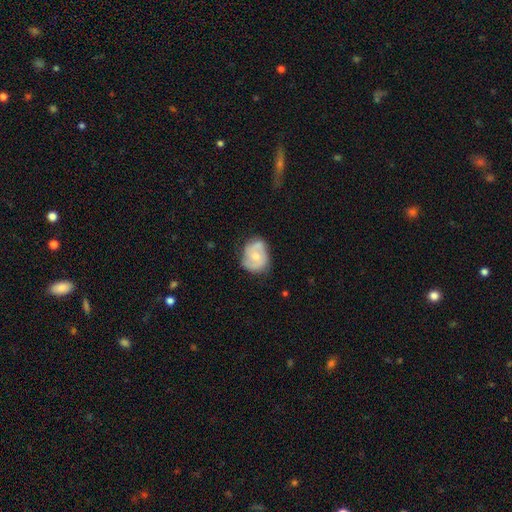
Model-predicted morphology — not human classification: featured or disk 56%, smooth 38%, star or artifact 6%. Down the decision tree: edge-on disk — no (97%); bar — no (68%); spiral arms — yes (79%); bulge size — moderate (54%); merging — none (60%).